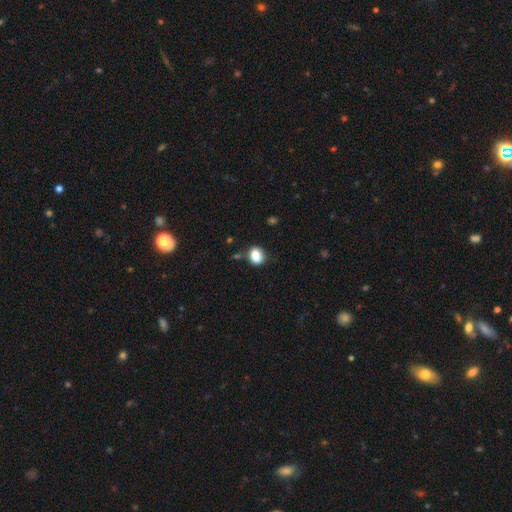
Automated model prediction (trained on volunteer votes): Q: Smooth or featured?
A: smooth (84%); runner-up: star or artifact (10%)
Q: How rounded?
A: in between (57%); runner-up: round (42%)
Q: Merging?
A: none (70%); runner-up: minor disturbance (19%)